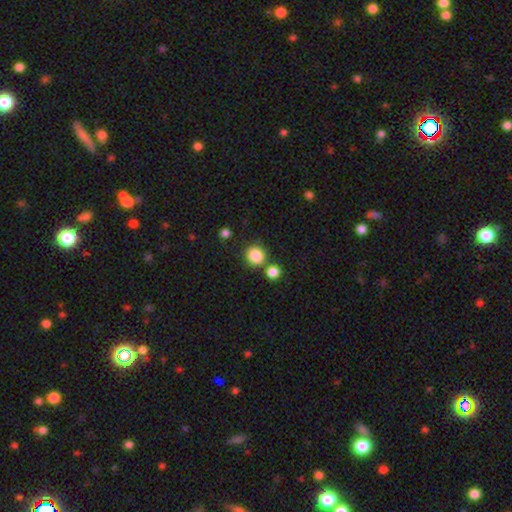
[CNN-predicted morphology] Overall: smooth (86%). How rounded: round (89%). Merging: none (74%).